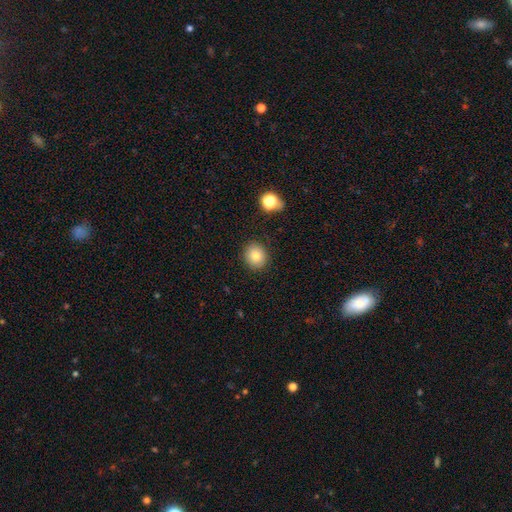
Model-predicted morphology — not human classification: Smooth or featured? Predicted: smooth (p=0.79). How rounded? Predicted: round (p=0.83). Merging? Predicted: none (p=0.88).